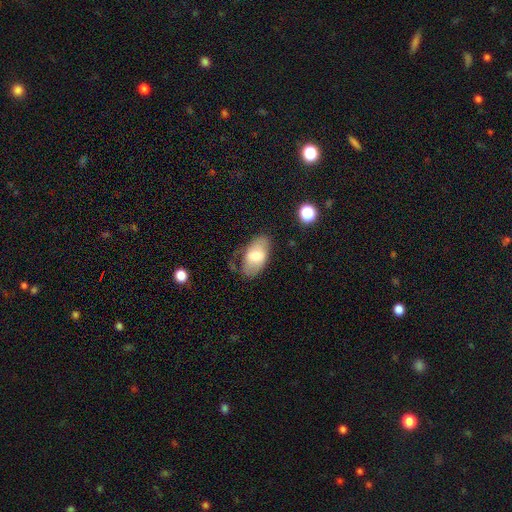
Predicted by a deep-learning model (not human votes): smooth-or-featured: smooth: 66% | featured or disk: 28% | star or artifact: 7%
  how-rounded: in between: 94% | round: 4% | cigar-shaped: 2%
  merging: none: 58% | minor disturbance: 26% | major disturbance: 13% | merger: 3%